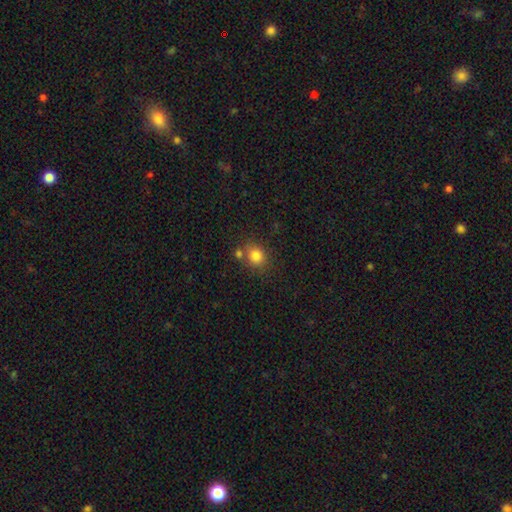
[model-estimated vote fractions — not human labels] Smooth or featured: smooth — 82% (star or artifact — 11%)
How rounded: round — 74% (in between — 25%)
Merging: none — 68% (merger — 17%)